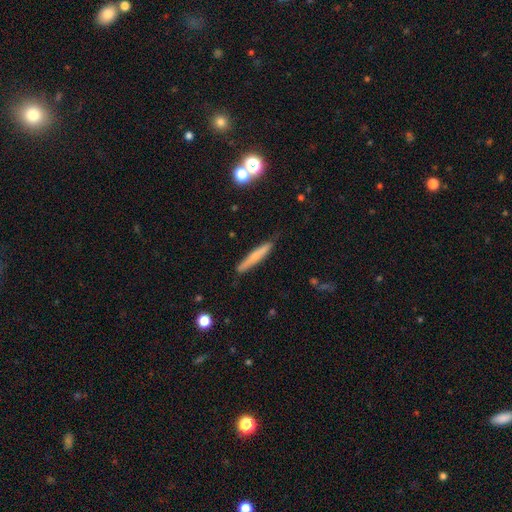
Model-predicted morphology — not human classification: This appears to be a smooth galaxy with no disk features (61%) that is cigar-shaped (94%). Merging: none (85%).